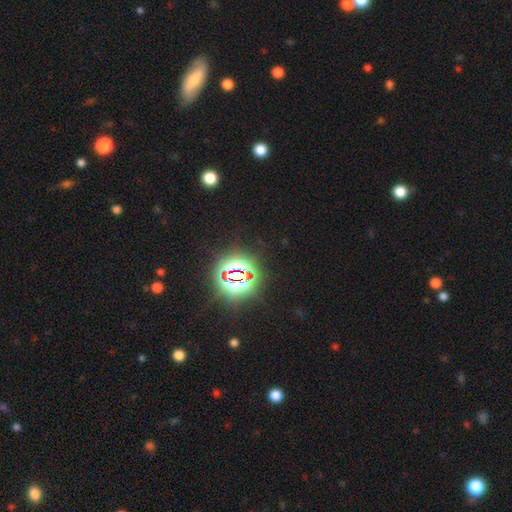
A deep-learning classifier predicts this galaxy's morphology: star or artifact 82%, smooth 11%, featured or disk 7%.